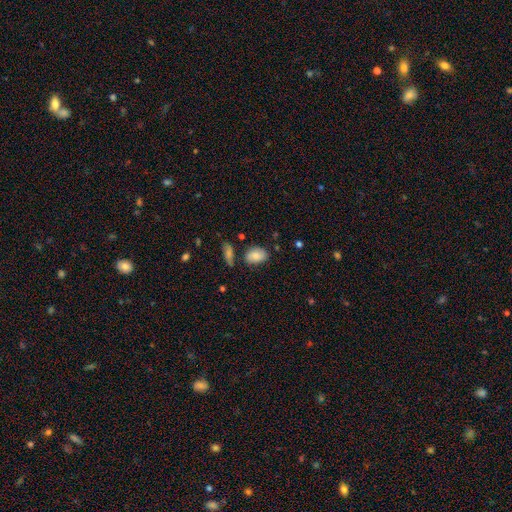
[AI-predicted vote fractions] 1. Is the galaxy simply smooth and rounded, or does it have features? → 79% smooth, 13% featured or disk, 8% star or artifact.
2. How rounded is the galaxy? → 84% in between, 14% round, 2% cigar-shaped.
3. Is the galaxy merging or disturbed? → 67% none, 21% minor disturbance, 7% merger, 5% major disturbance.